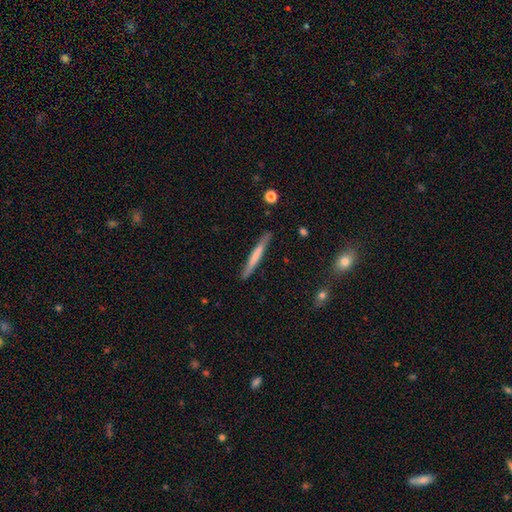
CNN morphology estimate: Overall: smooth (59%; featured or disk 35%). How rounded: cigar-shaped (96%). Merging: none (87%).